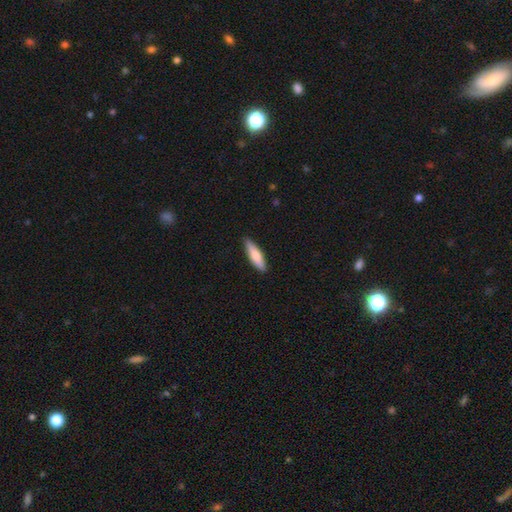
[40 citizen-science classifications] This is likely a smooth galaxy (62%). How rounded: possibly cigar-shaped (52%). Merging: clearly none (89%).